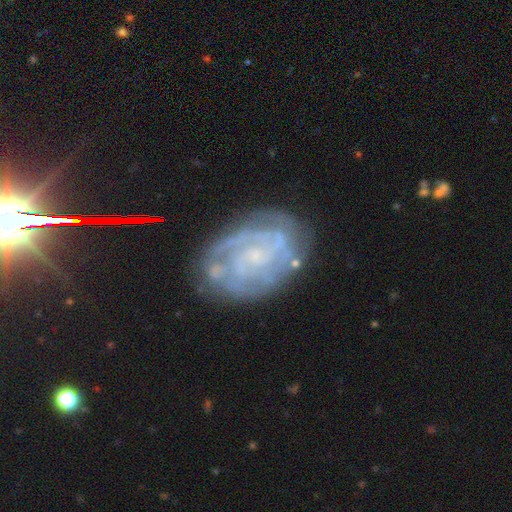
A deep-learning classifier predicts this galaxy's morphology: Smooth or featured? featured or disk (81%)
Edge-on disk? no (97%)
Bar? no (69%)
Spiral arms? yes (91%)
Spiral winding? tight (67%)
Spiral arm count? can't tell (41%)
Bulge size? small (69%)
Merging? none (71%)